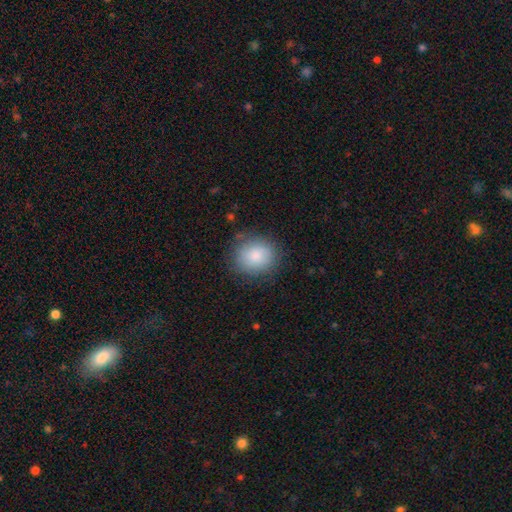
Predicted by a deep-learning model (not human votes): Smooth or featured: smooth — 83% (featured or disk — 9%)
How rounded: round — 77% (in between — 22%)
Merging: none — 81% (minor disturbance — 14%)